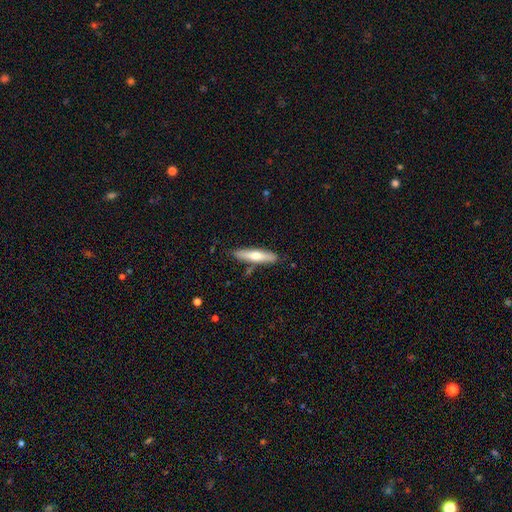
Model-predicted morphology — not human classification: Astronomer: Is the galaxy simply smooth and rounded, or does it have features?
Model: smooth — 61%.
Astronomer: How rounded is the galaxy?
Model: cigar-shaped — 83%.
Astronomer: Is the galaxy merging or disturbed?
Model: none — 83%.